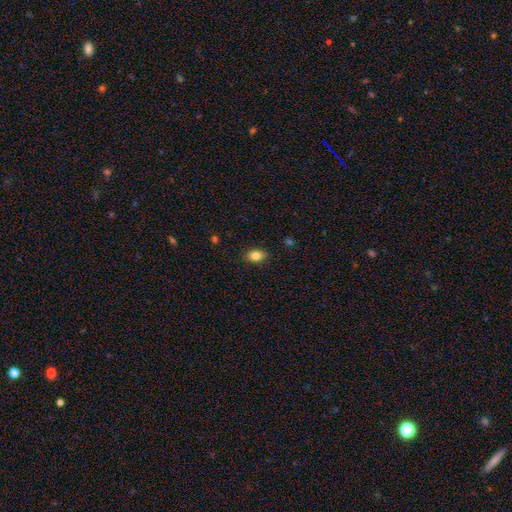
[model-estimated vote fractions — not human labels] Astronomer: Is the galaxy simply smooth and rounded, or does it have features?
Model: smooth — 83%.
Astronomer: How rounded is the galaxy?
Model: in between — 75%.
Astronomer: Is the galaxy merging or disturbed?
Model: none — 86%.